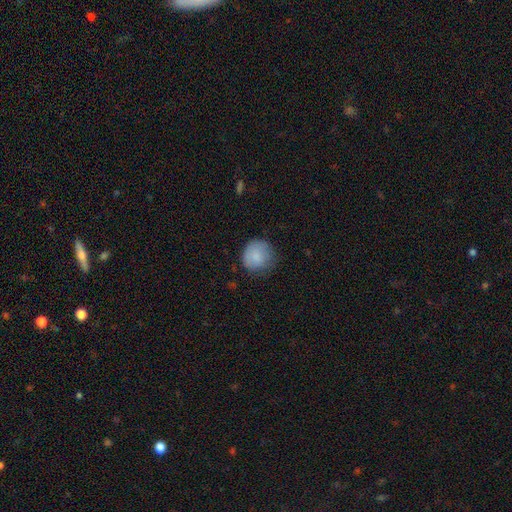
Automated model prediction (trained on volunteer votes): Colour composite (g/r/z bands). It shows a smooth galaxy with no disk features (83%) that is round (89%). Merging: none (70%).